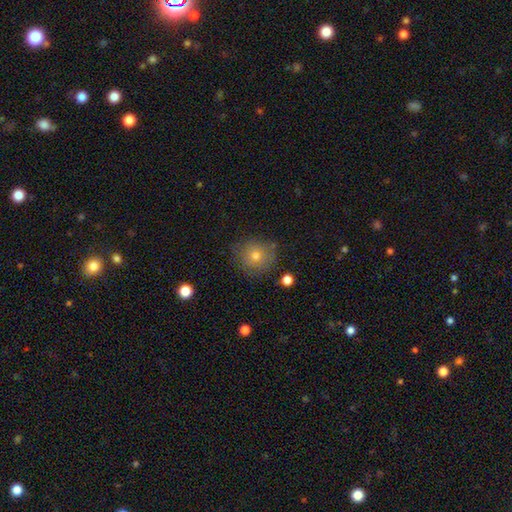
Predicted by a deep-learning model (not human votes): The model was most divided on "smooth or featured": smooth: 69%, featured or disk: 17%, star or artifact: 15%. More confident: how rounded — round (90%); merging — none (79%).